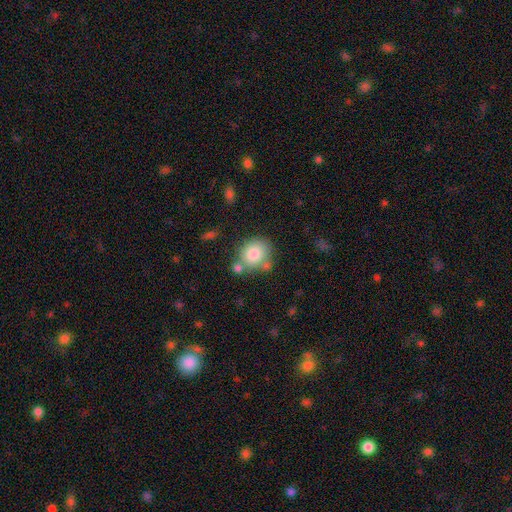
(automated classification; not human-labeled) Morphology: type=smooth (82%); roundness=round (76%); merging=none (62%).